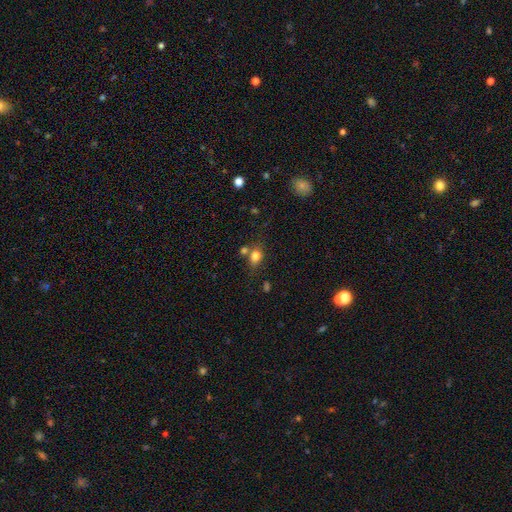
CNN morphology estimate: Smooth or featured? smooth (78%)
How rounded? in between (56%)
Merging? none (57%)